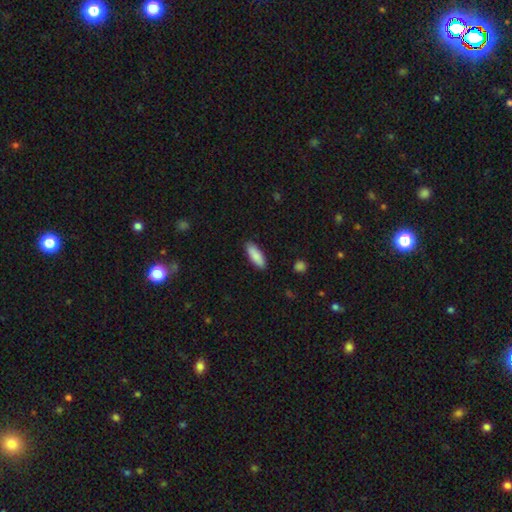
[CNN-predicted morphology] smooth-or-featured: smooth: 88% | featured or disk: 7% | star or artifact: 6%
  how-rounded: in between: 61% | cigar-shaped: 38% | round: 2%
  merging: none: 88% | minor disturbance: 9% | major disturbance: 2% | merger: 1%